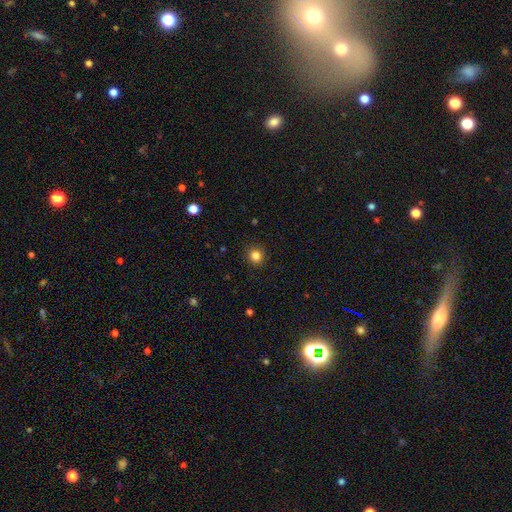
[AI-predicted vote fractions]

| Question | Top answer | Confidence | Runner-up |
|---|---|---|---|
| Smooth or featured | smooth | 84% | star or artifact (12%) |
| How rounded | round | 88% | in between (12%) |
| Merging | none | 91% | minor disturbance (6%) |